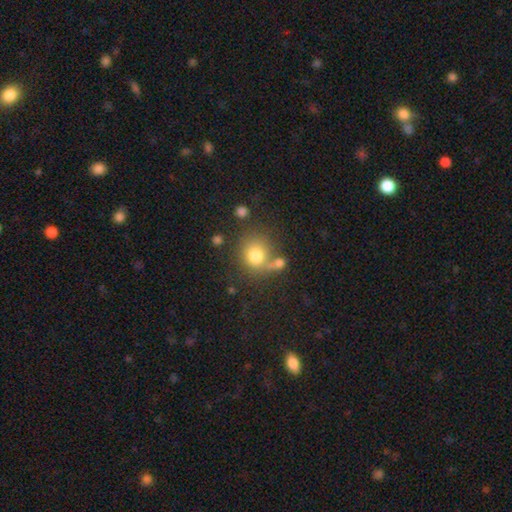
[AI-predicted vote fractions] Morphology: type=smooth (77%); roundness=round (84%); merging=none (61%).